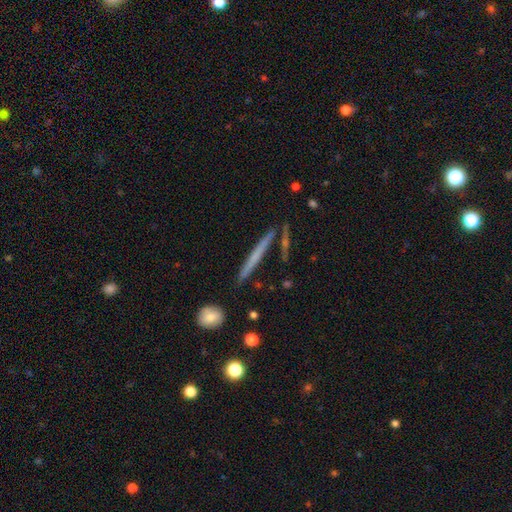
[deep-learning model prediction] Q: Smooth or featured?
A: featured or disk (52%); runner-up: smooth (41%)
Q: Edge-on disk?
A: yes (96%); runner-up: no (4%)
Q: Merging?
A: none (86%); runner-up: minor disturbance (9%)